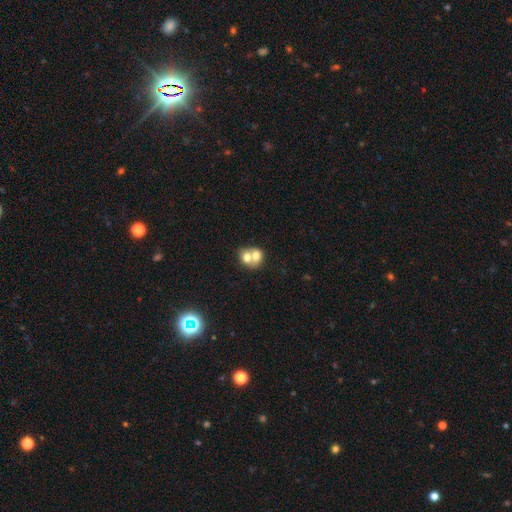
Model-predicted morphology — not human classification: type=smooth (68%); roundness=round (59%); merging=merger (69%).